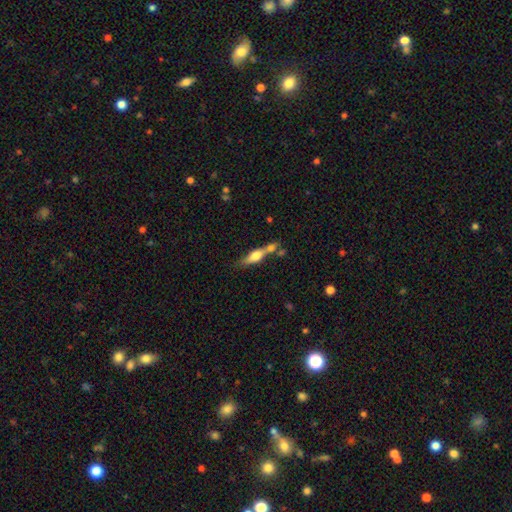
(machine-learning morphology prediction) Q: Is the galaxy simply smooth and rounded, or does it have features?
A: featured or disk — 49%.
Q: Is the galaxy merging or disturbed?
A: none — 50%.